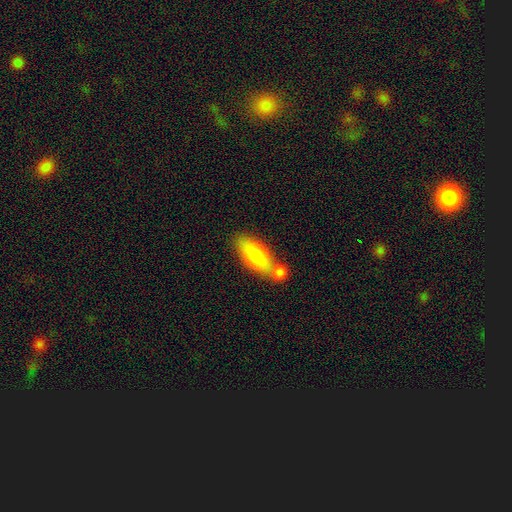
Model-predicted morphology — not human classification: Smooth or featured?
  - smooth: 78% *
  - featured or disk: 16%
  - star or artifact: 6%
How rounded?
  - in between: 82% *
  - cigar-shaped: 15%
  - round: 3%
Merging?
  - none: 47% *
  - merger: 35%
  - minor disturbance: 14%
  - major disturbance: 4%